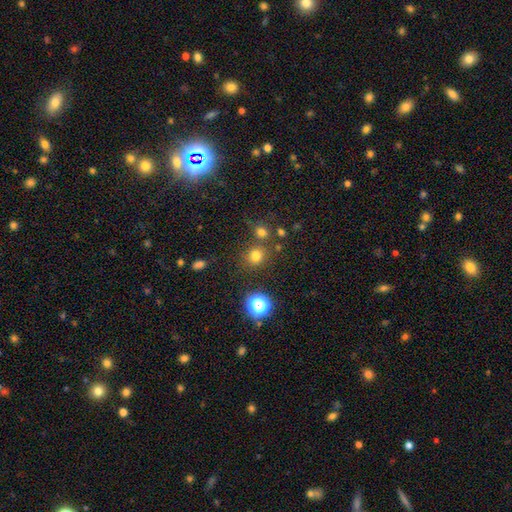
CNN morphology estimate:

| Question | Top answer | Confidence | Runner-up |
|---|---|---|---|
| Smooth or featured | smooth | 73% | star or artifact (21%) |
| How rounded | round | 86% | in between (13%) |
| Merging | none | 77% | merger (11%) |